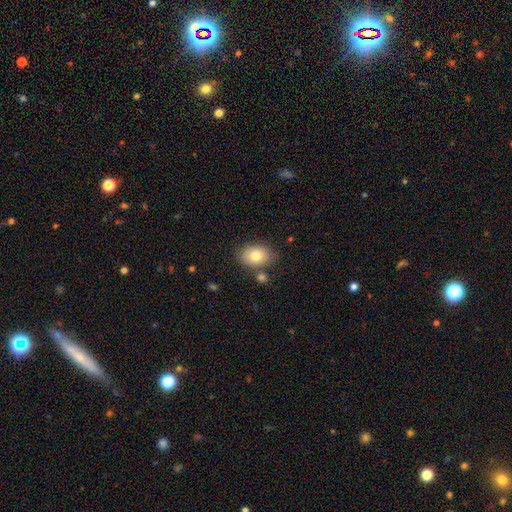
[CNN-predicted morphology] This appears to be a smooth galaxy with no disk features (79%) that is in between round and cigar-shaped (80%). Merging: none (75%).